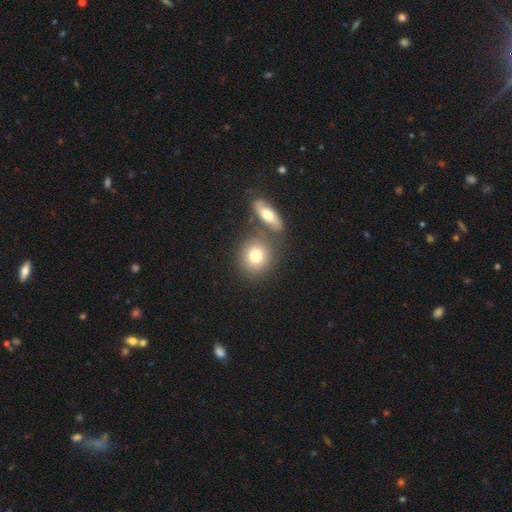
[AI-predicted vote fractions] smooth 75%, featured or disk 16%, star or artifact 8%. Down the decision tree: how rounded — round (76%); merging — none (60%).